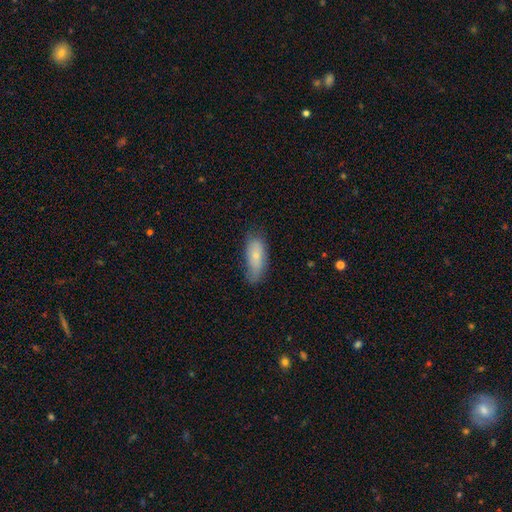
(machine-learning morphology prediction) Q: Smooth or featured?
A: smooth (71%); runner-up: featured or disk (22%)
Q: How rounded?
A: in between (75%); runner-up: cigar-shaped (22%)
Q: Merging?
A: none (63%); runner-up: minor disturbance (28%)